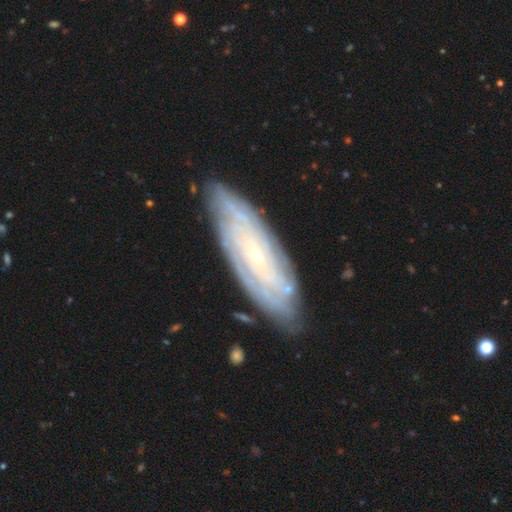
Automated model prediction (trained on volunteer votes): Morphology: type=featured or disk (80%); edge-on=no (83%); bar=no (71%); spiral arms=yes (91%); winding=tight (77%); arm count=can't tell (54%); bulge=small (83%); merging=none (81%).